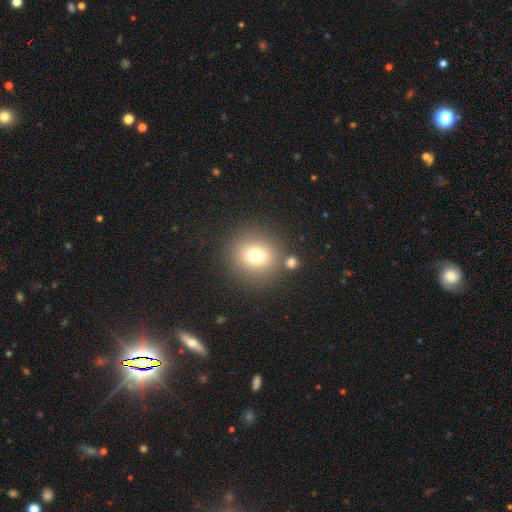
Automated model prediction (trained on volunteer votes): A smooth galaxy with no disk features (73%) that is round (89%).

Vote fractions:
- Smooth or featured? smooth: 73% / star or artifact: 15% / featured or disk: 11%
- How rounded? round: 89% / in between: 10% / cigar-shaped: 1%
- Merging? none: 80% / minor disturbance: 9% / merger: 8% / major disturbance: 4%